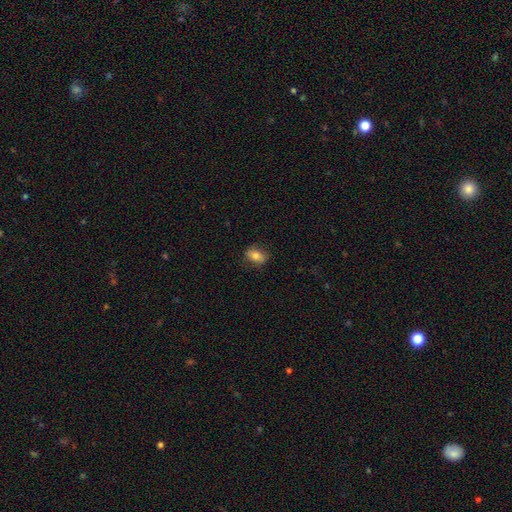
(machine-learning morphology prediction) This is likely a smooth galaxy (76%). How rounded: likely in between (77%). Merging: clearly none (82%).